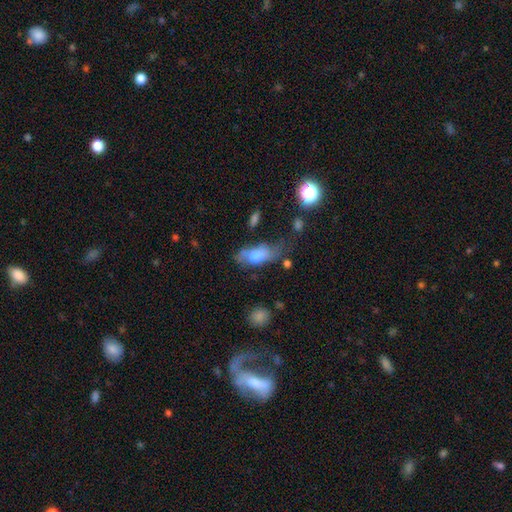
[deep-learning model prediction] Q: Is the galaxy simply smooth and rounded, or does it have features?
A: smooth — 61%.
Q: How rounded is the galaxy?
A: in between — 83%.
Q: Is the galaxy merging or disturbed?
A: none — 38%.